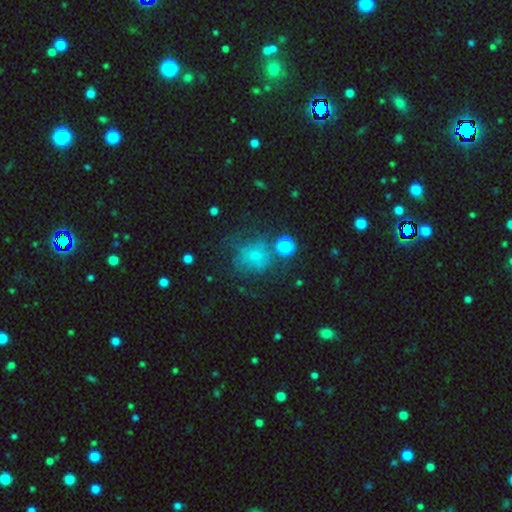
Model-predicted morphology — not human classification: Smooth or featured? Predicted: smooth (p=0.58). How rounded? Predicted: round (p=0.75). Merging? Predicted: none (p=0.46).